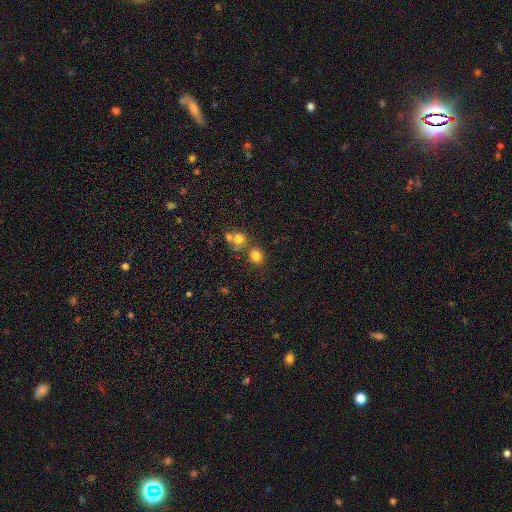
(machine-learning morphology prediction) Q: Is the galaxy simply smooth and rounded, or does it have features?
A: smooth — 79%.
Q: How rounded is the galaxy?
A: round — 78%.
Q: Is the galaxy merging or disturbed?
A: none — 66%.